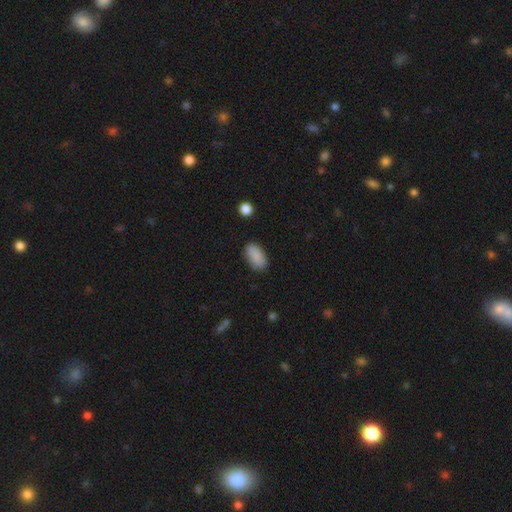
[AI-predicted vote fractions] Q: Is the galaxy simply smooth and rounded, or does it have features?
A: smooth — 88%.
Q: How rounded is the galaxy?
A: in between — 93%.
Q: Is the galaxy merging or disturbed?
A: none — 84%.